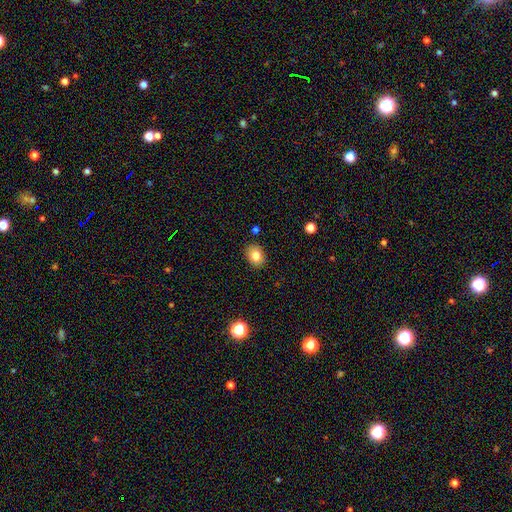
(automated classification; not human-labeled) smooth_or_featured: smooth (p=0.82) [alt: star or artifact p=0.10]
how_rounded: in between (p=0.52) [alt: round p=0.47]
merging: none (p=0.88) [alt: minor disturbance p=0.09]